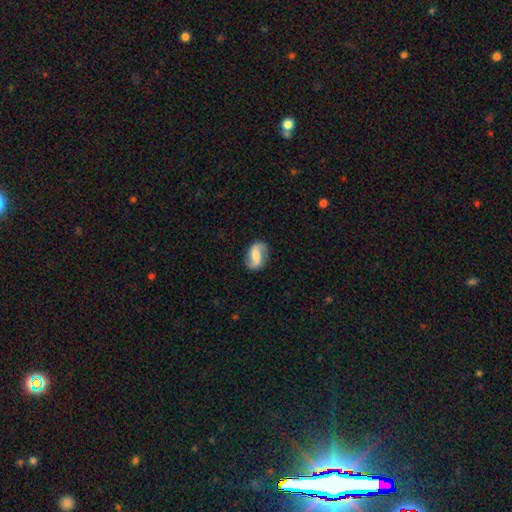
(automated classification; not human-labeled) Smooth or featured? featured or disk (76%)
Edge-on disk? no (97%)
Bar? weak (40%)
Spiral arms? yes (95%)
Spiral winding? loose (58%)
Spiral arm count? 2 (92%)
Bulge size? moderate (36%)
Merging? none (82%)